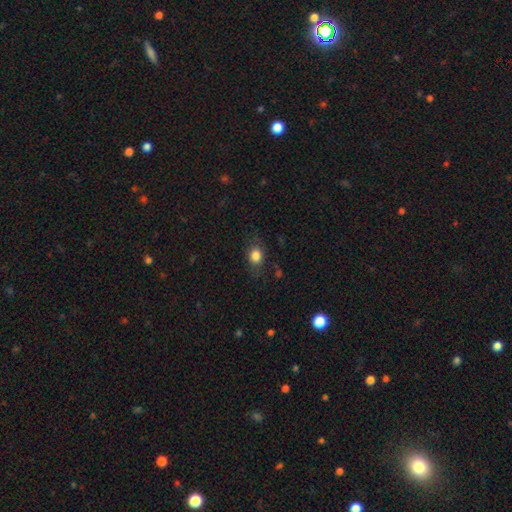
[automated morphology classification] smooth 82%, star or artifact 10%, featured or disk 9%. Down the decision tree: how rounded — in between (54%); merging — none (76%).